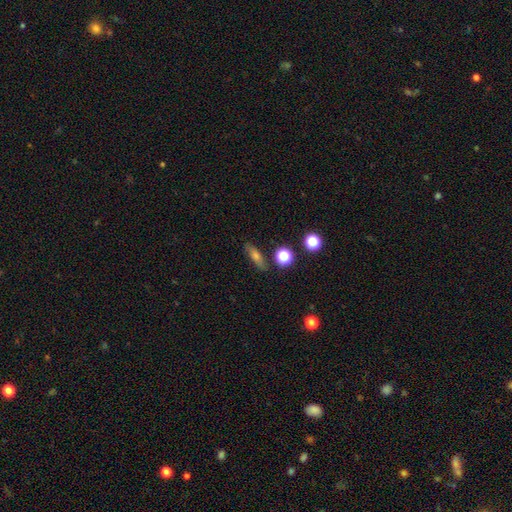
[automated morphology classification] smooth 56%, featured or disk 29%, star or artifact 15%. Down the decision tree: how rounded — cigar-shaped (47%); merging — none (83%).